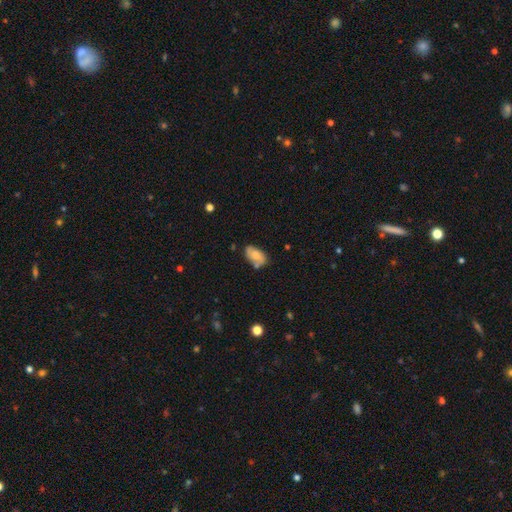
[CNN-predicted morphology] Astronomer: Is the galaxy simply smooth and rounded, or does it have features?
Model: smooth — 61%.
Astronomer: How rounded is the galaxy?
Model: in between — 93%.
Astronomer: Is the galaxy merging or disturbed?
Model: none — 61%.